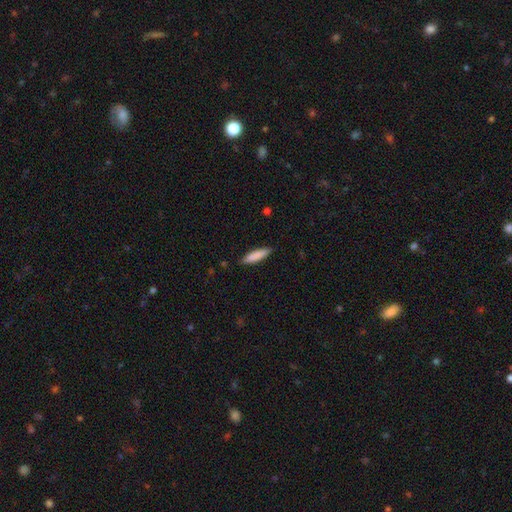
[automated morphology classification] This appears to be a smooth galaxy with no disk features (85%) that is cigar-shaped (76%). Merging: none (88%).